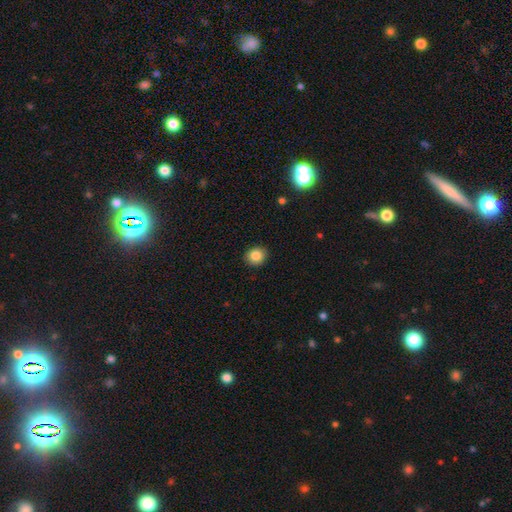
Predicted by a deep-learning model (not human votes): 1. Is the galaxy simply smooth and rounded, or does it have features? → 85% smooth, 9% star or artifact, 5% featured or disk.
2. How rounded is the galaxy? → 71% round, 28% in between, 1% cigar-shaped.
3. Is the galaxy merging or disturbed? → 90% none, 7% minor disturbance, 2% major disturbance, 1% merger.